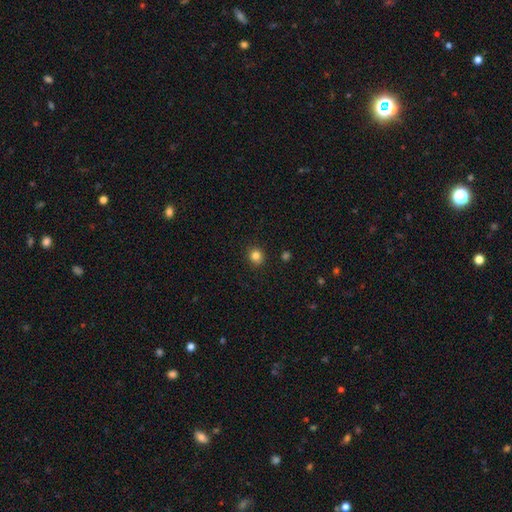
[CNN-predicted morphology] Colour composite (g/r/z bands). It shows a smooth galaxy with no disk features (83%) that is round (86%). Merging: none (89%).